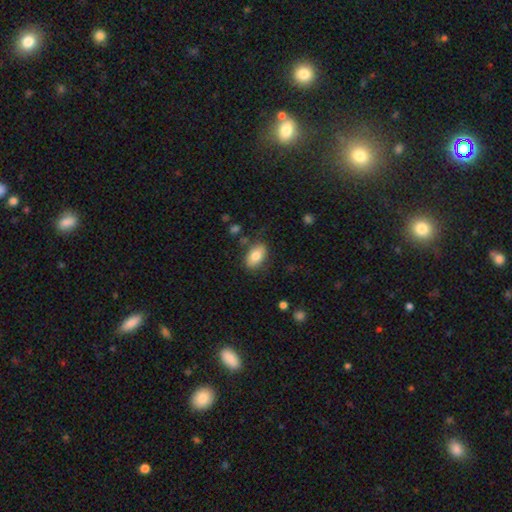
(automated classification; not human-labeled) A smooth galaxy with no disk features (79%) that is in between round and cigar-shaped (91%).

Vote fractions:
- Smooth or featured? smooth: 79% / featured or disk: 14% / star or artifact: 7%
- How rounded? in between: 91% / round: 7% / cigar-shaped: 2%
- Merging? none: 77% / minor disturbance: 15% / major disturbance: 4% / merger: 3%